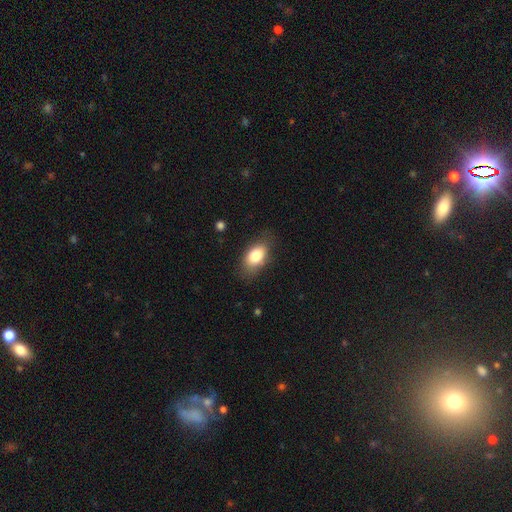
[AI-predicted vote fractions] Q: Smooth or featured?
A: smooth (80%); runner-up: featured or disk (13%)
Q: How rounded?
A: in between (90%); runner-up: round (7%)
Q: Merging?
A: none (78%); runner-up: minor disturbance (16%)